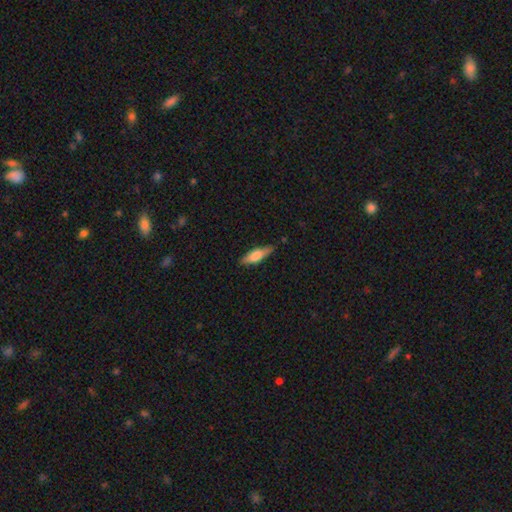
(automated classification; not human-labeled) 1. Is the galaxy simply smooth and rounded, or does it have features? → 66% smooth, 28% featured or disk, 6% star or artifact.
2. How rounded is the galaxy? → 57% cigar-shaped, 41% in between, 2% round.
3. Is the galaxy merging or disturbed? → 81% none, 15% minor disturbance, 3% major disturbance, 1% merger.